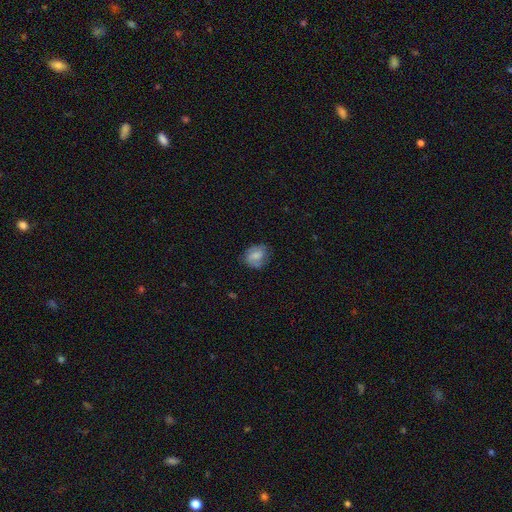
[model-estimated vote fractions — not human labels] Overall: smooth (58%; featured or disk 33%). How rounded: round (51%; in between 47%). Merging: none (68%).